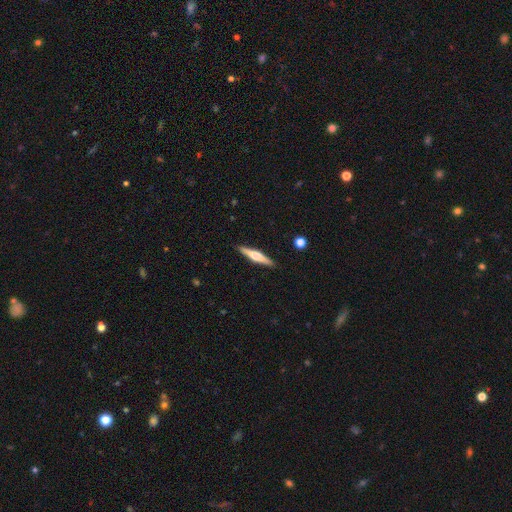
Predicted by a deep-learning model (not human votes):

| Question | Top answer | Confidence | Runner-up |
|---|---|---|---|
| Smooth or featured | featured or disk | 61% | smooth (33%) |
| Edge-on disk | yes | 97% | no (3%) |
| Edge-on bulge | rounded | 88% | boxy (8%) |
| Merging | none | 91% | minor disturbance (7%) |